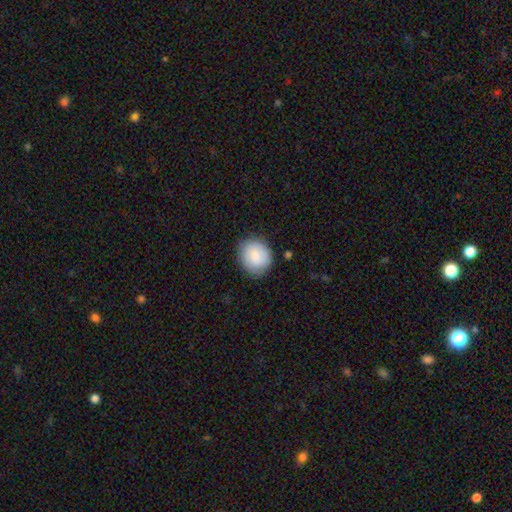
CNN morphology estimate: smooth_or_featured: smooth (p=0.85) [alt: featured or disk p=0.08]
how_rounded: round (p=0.75) [alt: in between p=0.24]
merging: none (p=0.80) [alt: minor disturbance p=0.16]